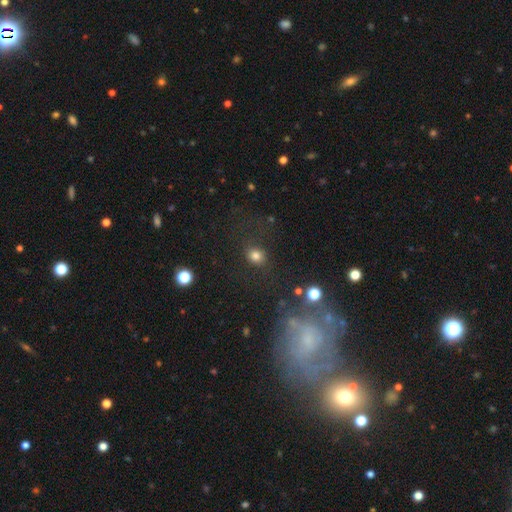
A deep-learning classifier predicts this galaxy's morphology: The model was most divided on "how rounded": round: 66%, in between: 33%, cigar-shaped: 2%. More confident: smooth or featured — smooth (77%); merging — none (74%).